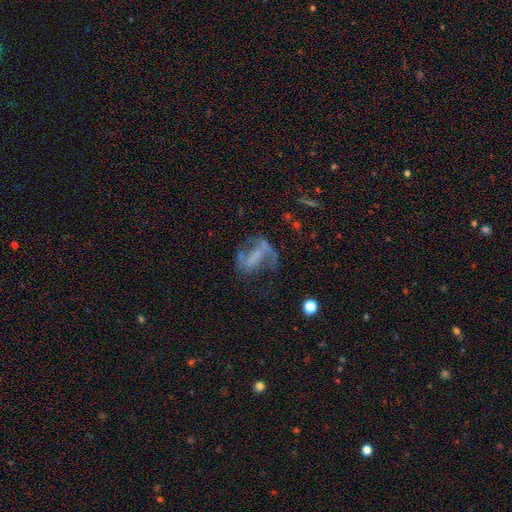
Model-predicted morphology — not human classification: A featured or disk galaxy (66%) with a strong bar (38%), spiral arms (64%) and no central bulge (63%).

Vote fractions:
- Smooth or featured? featured or disk: 66% / smooth: 20% / star or artifact: 14%
- Edge-on disk? no: 95% / yes: 5%
- Bar? strong: 38% / no: 33% / weak: 29%
- Spiral arms? yes: 64% / no: 36%
- Bulge size? none: 63% / small: 18% / moderate: 12% / large: 6% / dominant: 2%
- Merging? major disturbance: 40% / none: 36% / minor disturbance: 18% / merger: 6%